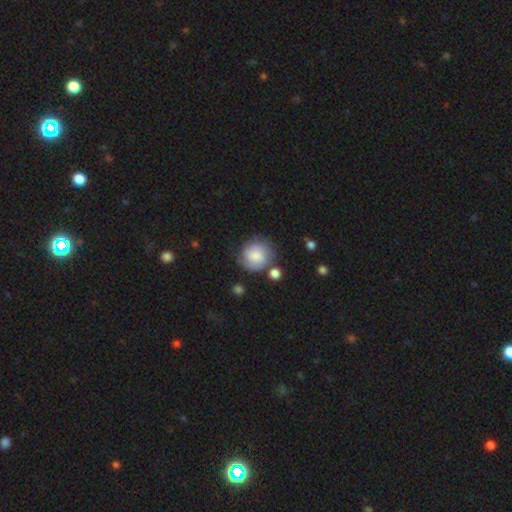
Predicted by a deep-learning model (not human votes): Morphology: type=smooth (63%); roundness=round (87%); merging=none (65%).